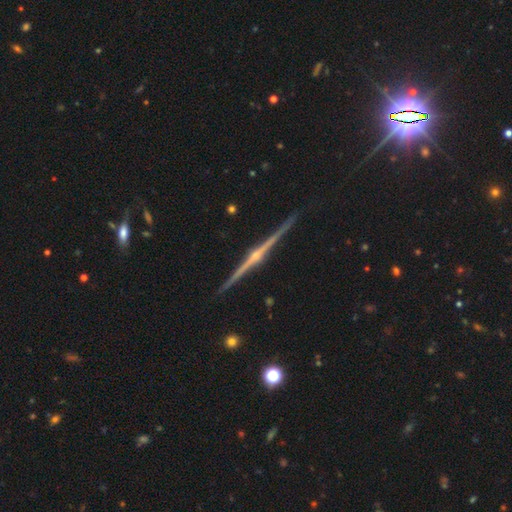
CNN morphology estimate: A featured or disk galaxy (90%) viewed edge-on (99%) with a rounded central bulge (88%). Merging: none (92%).